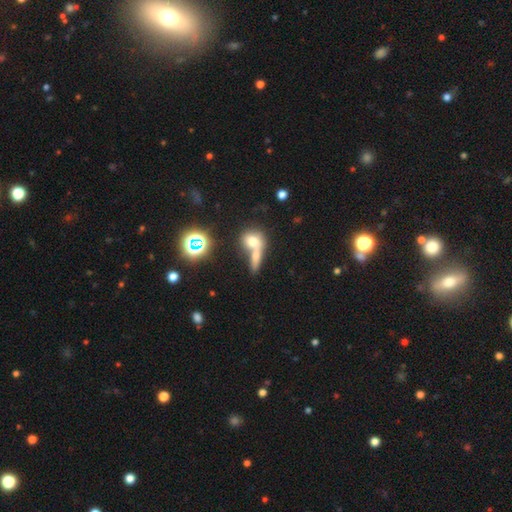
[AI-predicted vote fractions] Q: Smooth or featured?
A: smooth (65%); runner-up: featured or disk (19%)
Q: How rounded?
A: in between (44%); runner-up: round (39%)
Q: Merging?
A: merger (61%); runner-up: none (27%)